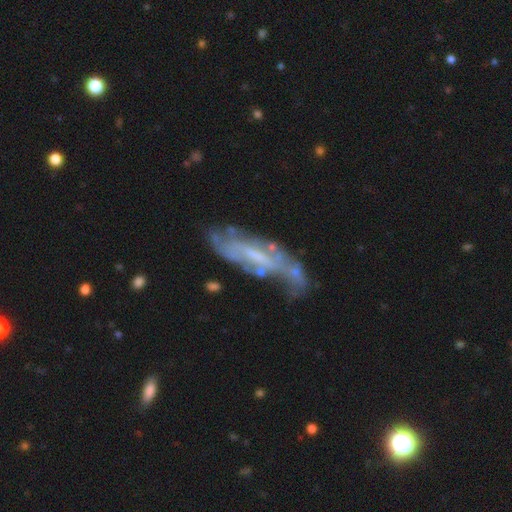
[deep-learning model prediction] smooth-or-featured: featured or disk: 73% | smooth: 19% | star or artifact: 8%
  disk-edge-on: no: 78% | yes: 22%
    bar: weak: 42% | no: 32% | strong: 26%
    has-spiral-arms: yes: 63% | no: 37%
    bulge-size: small: 40% | none: 29% | moderate: 27% | large: 3% | dominant: 1%
  merging: none: 43% | minor disturbance: 25% | major disturbance: 19% | merger: 13%